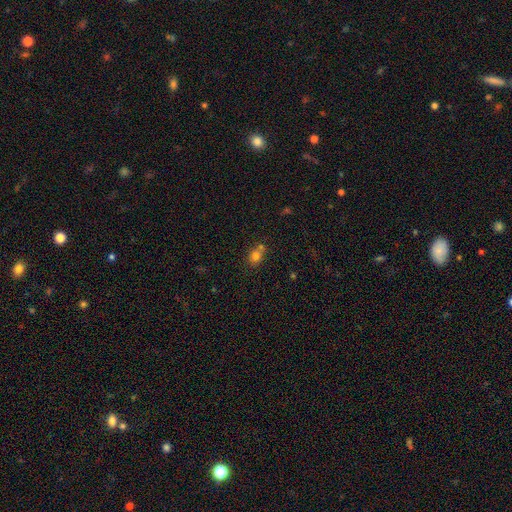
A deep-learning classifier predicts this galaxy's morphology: Smooth or featured? Predicted: smooth (p=0.77). How rounded? Predicted: round (p=0.58). Merging? Predicted: none (p=0.49).